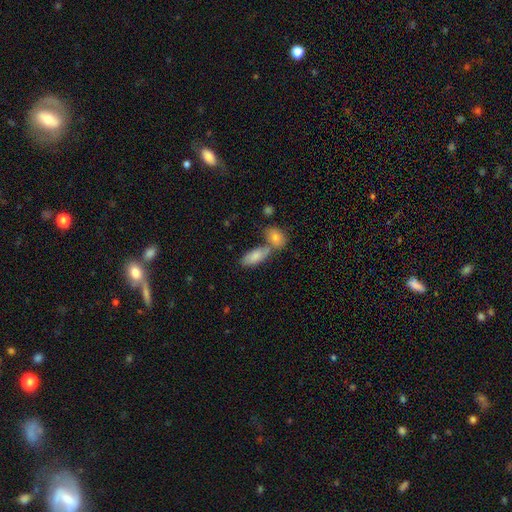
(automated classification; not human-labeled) A smooth galaxy with no disk features (76%) that is in between round and cigar-shaped (83%).

Vote fractions:
- Smooth or featured? smooth: 76% / featured or disk: 15% / star or artifact: 9%
- How rounded? in between: 83% / cigar-shaped: 13% / round: 4%
- Merging? merger: 45% / none: 41% / minor disturbance: 10% / major disturbance: 3%